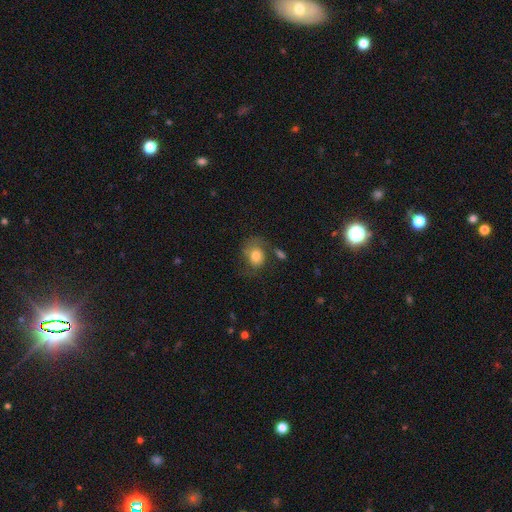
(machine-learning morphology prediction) smooth 64%, featured or disk 27%, star or artifact 9%. Down the decision tree: how rounded — round (51%); merging — none (45%).